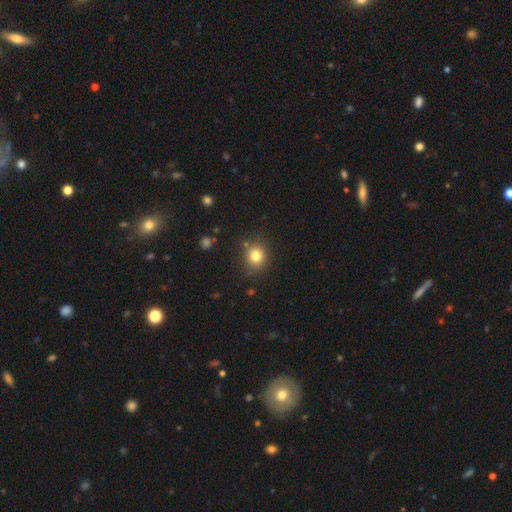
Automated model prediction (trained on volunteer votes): Q: Smooth or featured?
A: smooth (80%); runner-up: star or artifact (13%)
Q: How rounded?
A: round (82%); runner-up: in between (18%)
Q: Merging?
A: none (82%); runner-up: minor disturbance (11%)